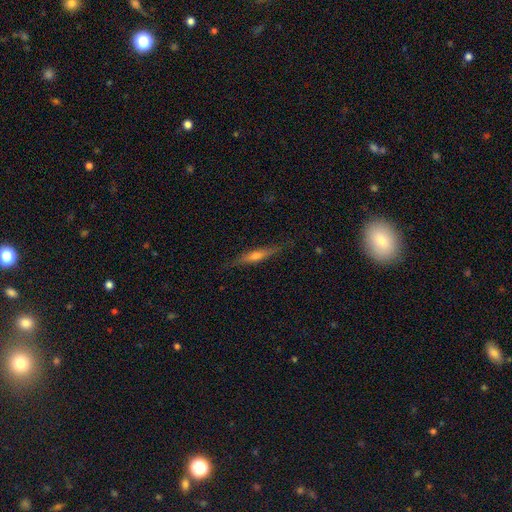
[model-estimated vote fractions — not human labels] smooth_or_featured: featured or disk (p=0.60) [alt: smooth p=0.33]
disk_edge_on: yes (p=0.95) [alt: no p=0.05]
edge_on_bulge: rounded (p=0.78) [alt: none p=0.14]
merging: none (p=0.85) [alt: minor disturbance p=0.12]